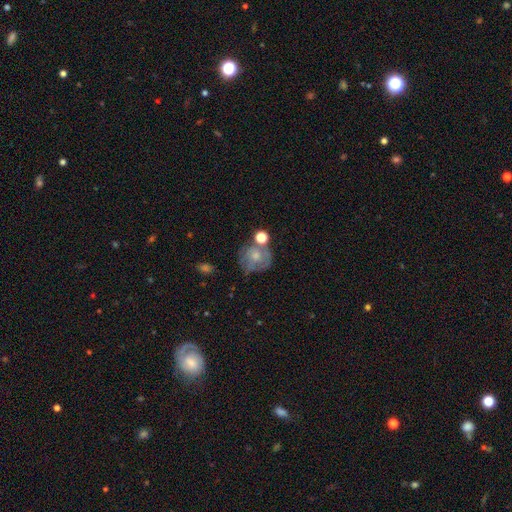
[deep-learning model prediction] This appears to be a smooth galaxy with no disk features (56%) that is round (79%). Merging: none (47%).